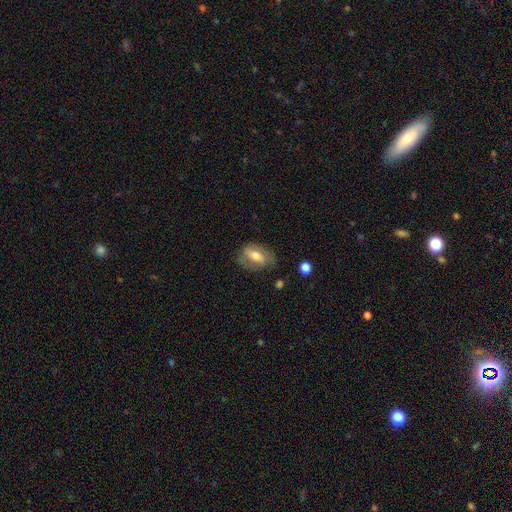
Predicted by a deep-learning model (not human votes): Morphology: type=smooth (50%); roundness=in between (80%); merging=none (69%).